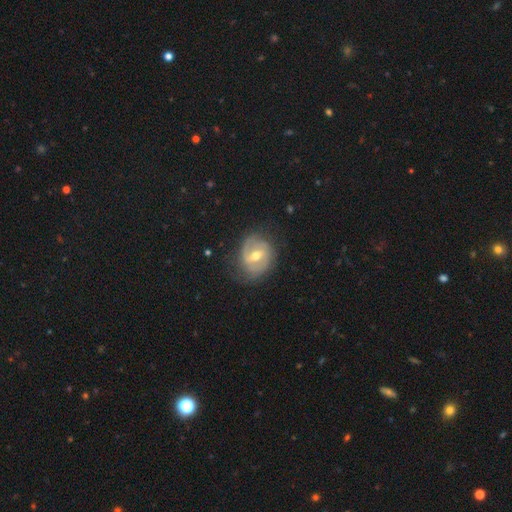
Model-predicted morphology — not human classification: Smooth or featured? Predicted: featured or disk (p=0.77). Edge-on disk? Predicted: no (p=0.97). Bar? Predicted: weak (p=0.54). Spiral arms? Predicted: yes (p=0.86). Spiral winding? Predicted: tight (p=0.41). Spiral arm count? Predicted: 2 (p=0.67). Bulge size? Predicted: moderate (p=0.74). Merging? Predicted: none (p=0.67).